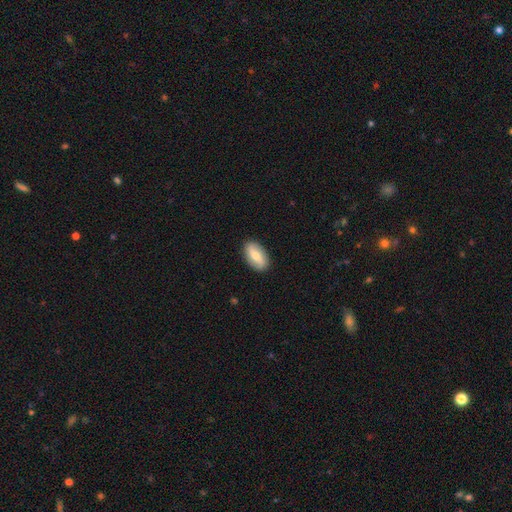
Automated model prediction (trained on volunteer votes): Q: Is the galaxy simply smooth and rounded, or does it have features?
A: smooth — 60%.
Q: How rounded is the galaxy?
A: in between — 91%.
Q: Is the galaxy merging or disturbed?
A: none — 89%.